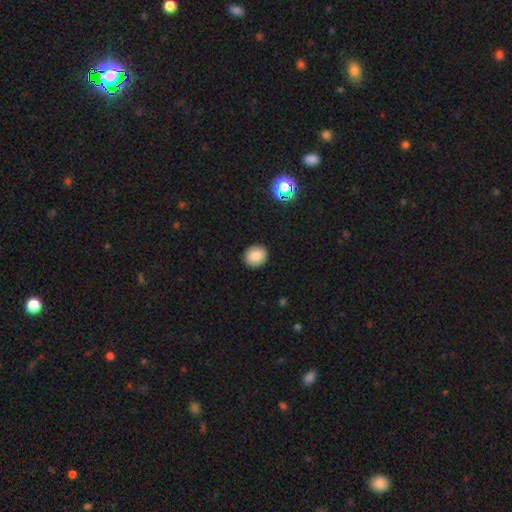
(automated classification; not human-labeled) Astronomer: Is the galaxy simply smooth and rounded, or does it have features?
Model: smooth — 84%.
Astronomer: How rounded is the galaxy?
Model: round — 76%.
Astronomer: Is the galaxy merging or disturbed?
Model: none — 91%.